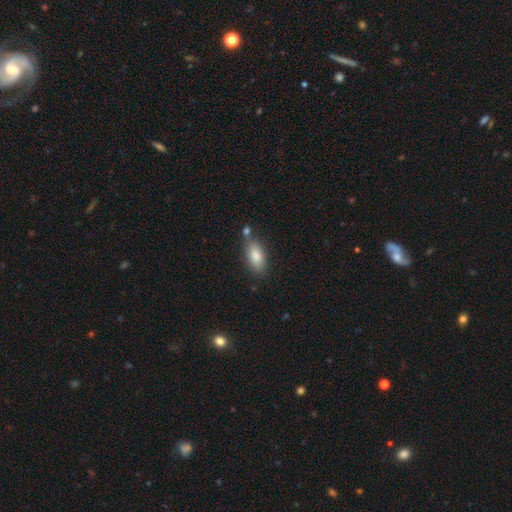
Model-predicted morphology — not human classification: smooth_or_featured: smooth (p=0.83) [alt: featured or disk p=0.10]
how_rounded: in between (p=0.87) [alt: cigar-shaped p=0.10]
merging: none (p=0.69) [alt: minor disturbance p=0.16]